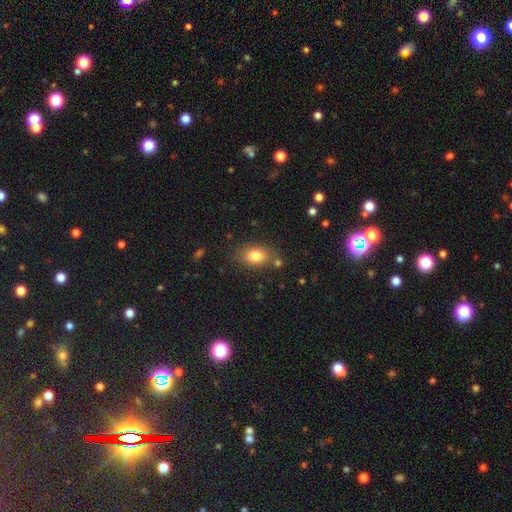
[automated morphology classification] Smooth or featured? smooth (81%)
How rounded? in between (77%)
Merging? none (75%)